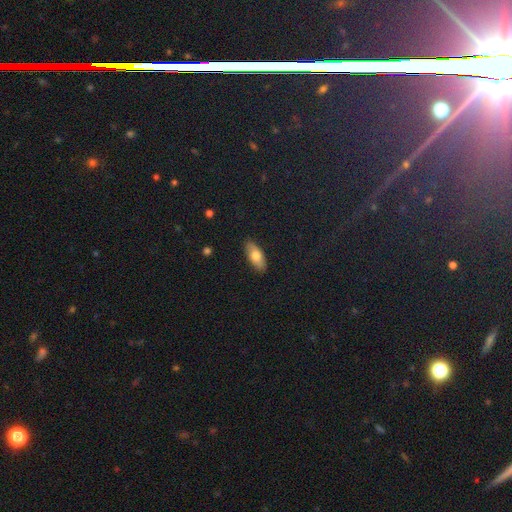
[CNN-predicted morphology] smooth_or_featured: smooth (p=0.73) [alt: featured or disk p=0.21]
how_rounded: in between (p=0.82) [alt: cigar-shaped p=0.15]
merging: none (p=0.88) [alt: minor disturbance p=0.09]